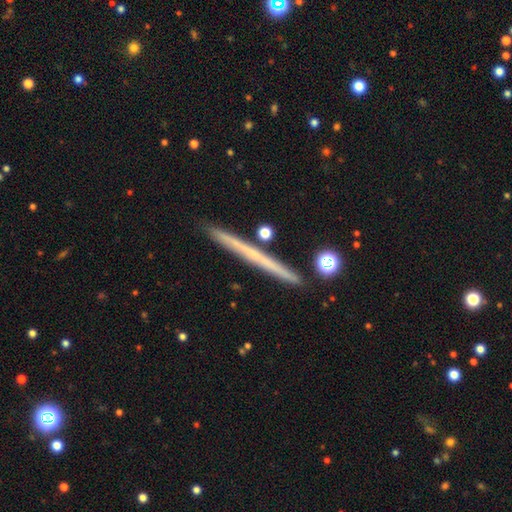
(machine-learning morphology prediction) type=featured or disk (50%); edge-on=yes (97%); merging=none (89%).